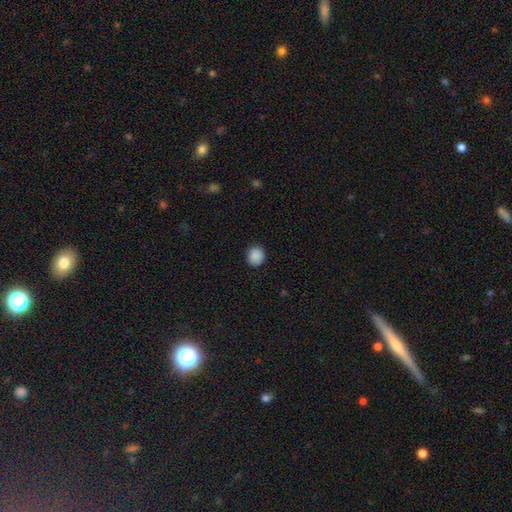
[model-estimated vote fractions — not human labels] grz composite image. It shows a smooth galaxy with no disk features (89%) that is round (80%). Merging: none (90%).